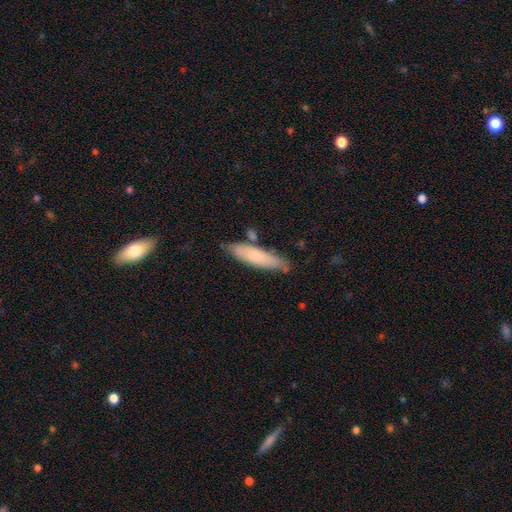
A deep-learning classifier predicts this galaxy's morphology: The model was most divided on "smooth or featured": smooth: 69%, featured or disk: 25%, star or artifact: 6%. More confident: merging — none (75%); how rounded — cigar-shaped (73%).